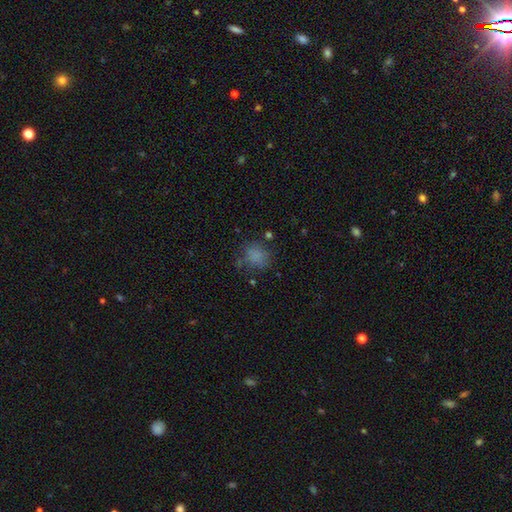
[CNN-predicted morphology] Overall: smooth (76%). How rounded: round (72%). Merging: none (67%).